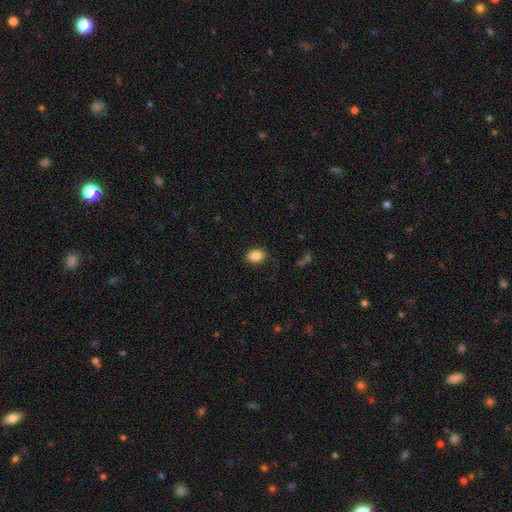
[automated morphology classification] smooth_or_featured: smooth (p=0.87) [alt: star or artifact p=0.08]
how_rounded: in between (p=0.76) [alt: round p=0.23]
merging: none (p=0.87) [alt: minor disturbance p=0.09]